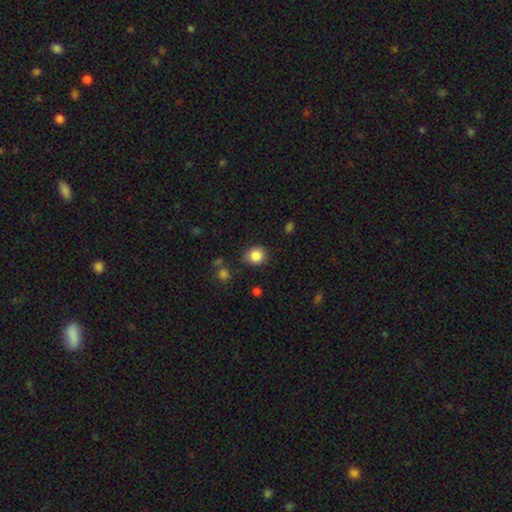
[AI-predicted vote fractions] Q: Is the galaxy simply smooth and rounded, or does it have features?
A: smooth — 86%.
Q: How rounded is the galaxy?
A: round — 74%.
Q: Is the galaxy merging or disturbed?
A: none — 82%.